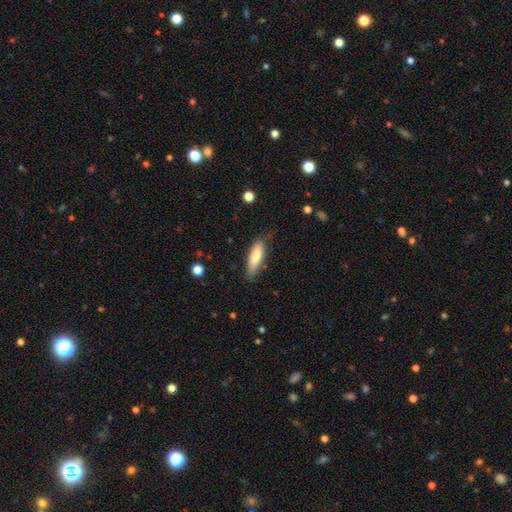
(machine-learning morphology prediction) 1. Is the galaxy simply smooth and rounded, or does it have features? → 74% smooth, 20% featured or disk, 6% star or artifact.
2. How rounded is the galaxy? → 50% cigar-shaped, 48% in between, 2% round.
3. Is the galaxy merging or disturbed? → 74% none, 20% minor disturbance, 4% major disturbance, 2% merger.